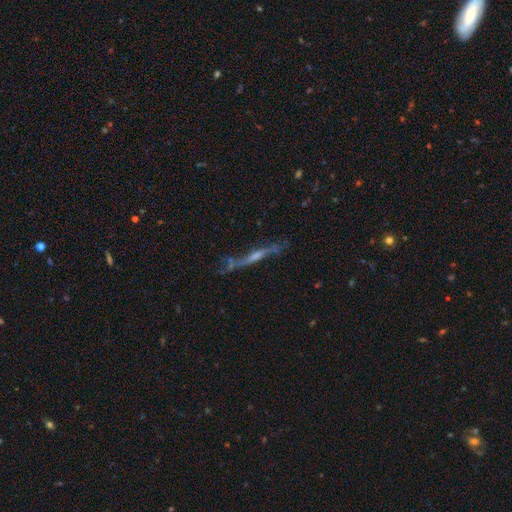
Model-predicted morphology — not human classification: A featured or disk galaxy (73%) viewed edge-on (79%) with a rounded central bulge (53%).

Vote fractions:
- Smooth or featured? featured or disk: 73% / smooth: 17% / star or artifact: 9%
- Edge-on disk? yes: 79% / no: 21%
- Edge-on bulge? rounded: 53% / none: 34% / boxy: 13%
- Merging? none: 60% / minor disturbance: 22% / major disturbance: 11% / merger: 6%